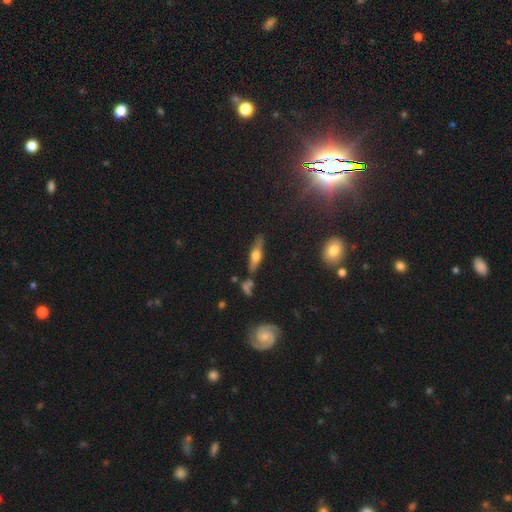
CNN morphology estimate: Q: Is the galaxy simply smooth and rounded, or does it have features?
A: featured or disk — 54%.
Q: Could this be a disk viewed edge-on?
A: yes — 90%.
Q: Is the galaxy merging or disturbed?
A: none — 77%.